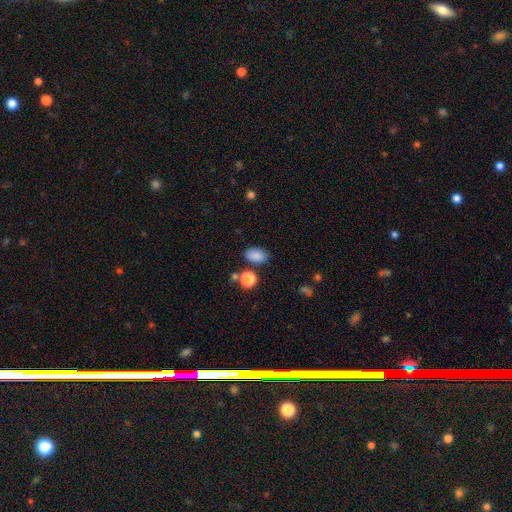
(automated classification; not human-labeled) smooth_or_featured: smooth (p=0.85) [alt: star or artifact p=0.10]
how_rounded: in between (p=0.86) [alt: round p=0.13]
merging: none (p=0.78) [alt: minor disturbance p=0.12]